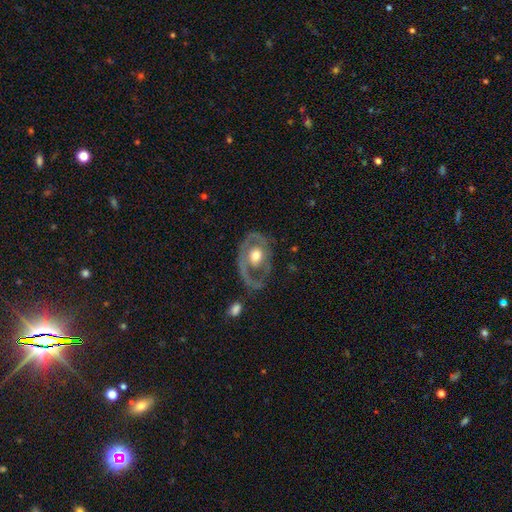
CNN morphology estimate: Smooth or featured? featured or disk (68%)
Edge-on disk? no (94%)
Bar? no (78%)
Spiral arms? no (54%)
Bulge size? moderate (62%)
Merging? none (49%)